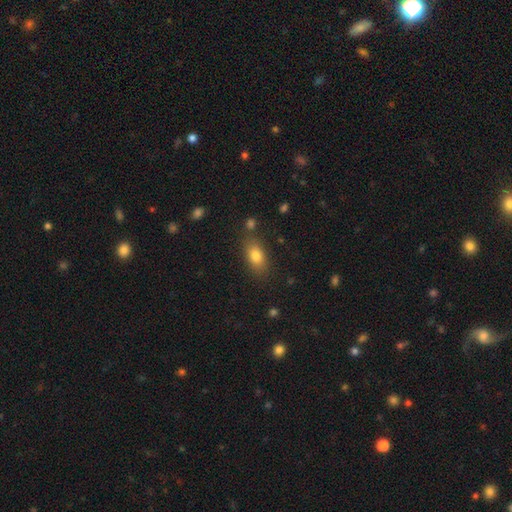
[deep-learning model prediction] Smooth or featured? Predicted: smooth (p=0.80). How rounded? Predicted: in between (p=0.84). Merging? Predicted: none (p=0.79).